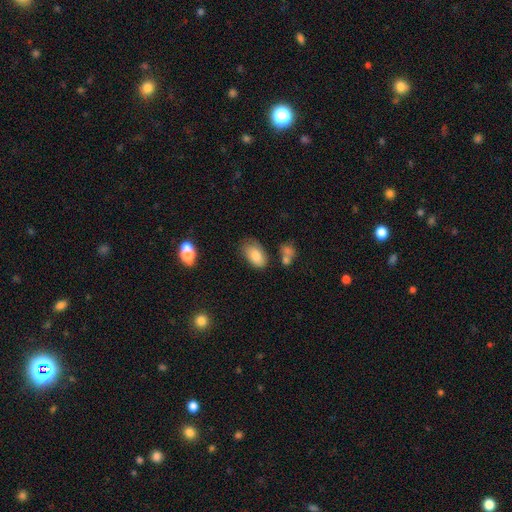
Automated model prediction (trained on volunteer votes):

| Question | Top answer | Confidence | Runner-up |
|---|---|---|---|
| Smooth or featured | smooth | 82% | featured or disk (10%) |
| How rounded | in between | 93% | round (5%) |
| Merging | none | 59% | minor disturbance (25%) |